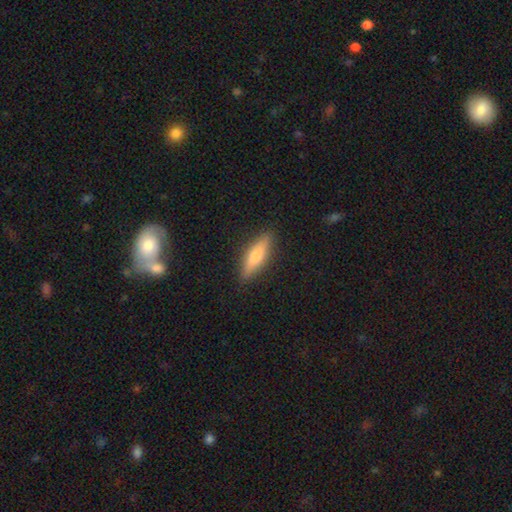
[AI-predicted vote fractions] A smooth galaxy with no disk features (57%) that is cigar-shaped (65%). Merging: none (87%).